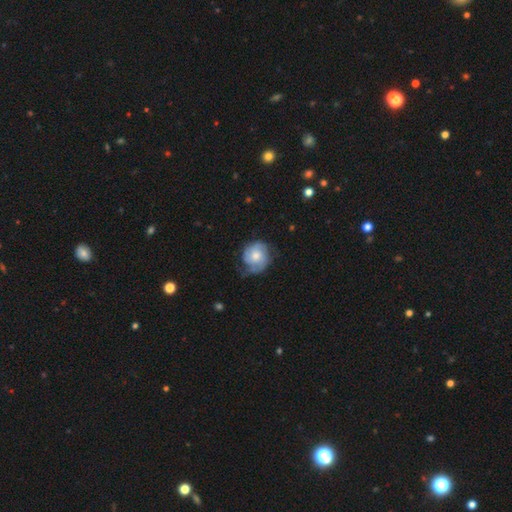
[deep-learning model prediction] Overall: featured or disk (60%; smooth 34%). Edge-on disk: no (98%). Bar: no (76%). Spiral arms: yes (88%). Spiral arm count: 2 (47%; can't tell 24%). Spiral winding: tight (49%; medium 36%). Bulge size: moderate (56%; small 34%). Merging: none (58%; minor disturbance 28%).